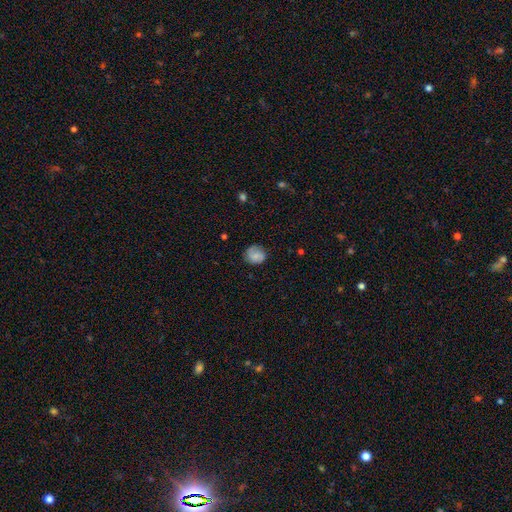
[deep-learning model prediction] The model was most divided on "smooth or featured": smooth: 66%, featured or disk: 25%, star or artifact: 9%. More confident: how rounded — round (76%); merging — none (72%).